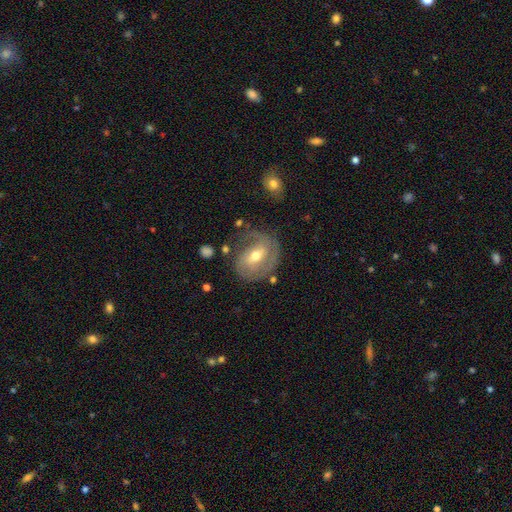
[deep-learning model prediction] The model was most divided on "bar": weak: 46%, no: 31%, strong: 23%. More confident: edge-on disk — no (96%); spiral arms — yes (88%); smooth or featured — featured or disk (78%); bulge size — moderate (66%); merging — none (64%); spiral arm count — 2 (55%); spiral winding — tight (53%).